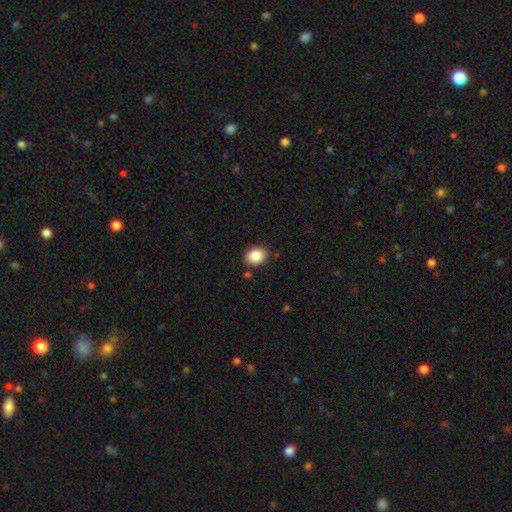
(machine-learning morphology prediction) smooth 87%, star or artifact 9%, featured or disk 4%. Down the decision tree: how rounded — in between (53%); merging — none (84%).